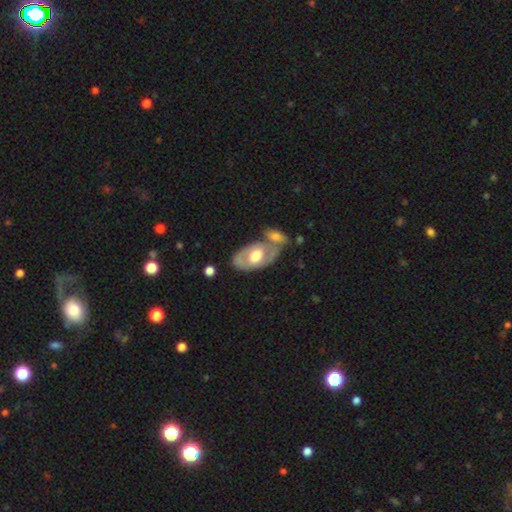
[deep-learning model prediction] Smooth or featured? featured or disk (55%)
Edge-on disk? no (89%)
Merging? none (49%)